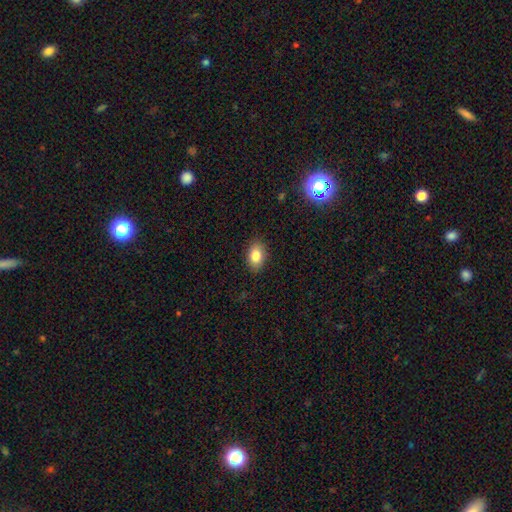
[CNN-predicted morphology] smooth_or_featured: smooth (p=0.83) [alt: star or artifact p=0.09]
how_rounded: in between (p=0.85) [alt: round p=0.13]
merging: none (p=0.88) [alt: minor disturbance p=0.09]